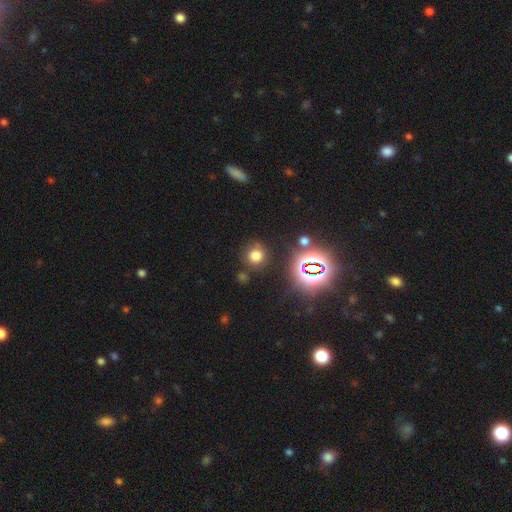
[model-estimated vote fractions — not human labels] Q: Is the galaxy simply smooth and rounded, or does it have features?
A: smooth — 68%.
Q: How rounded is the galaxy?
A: round — 89%.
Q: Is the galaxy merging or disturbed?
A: none — 80%.